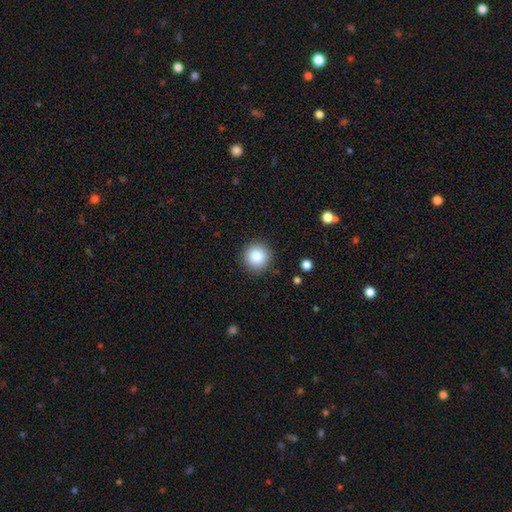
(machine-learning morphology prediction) Smooth or featured: smooth — 84% (star or artifact — 10%)
How rounded: round — 95% (in between — 4%)
Merging: none — 91% (minor disturbance — 6%)